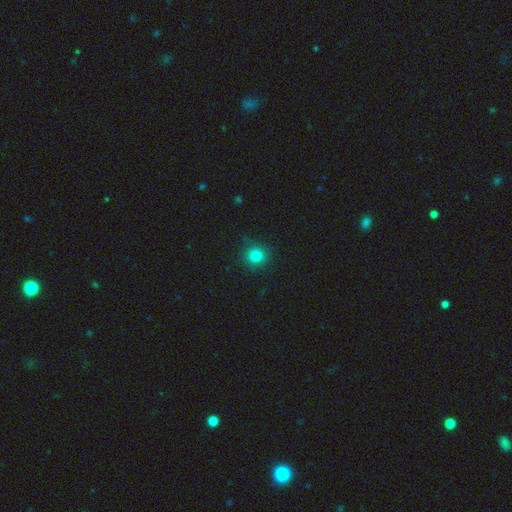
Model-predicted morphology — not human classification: smooth_or_featured: smooth (p=0.81) [alt: star or artifact p=0.14]
how_rounded: round (p=0.92) [alt: in between p=0.07]
merging: none (p=0.89) [alt: minor disturbance p=0.08]